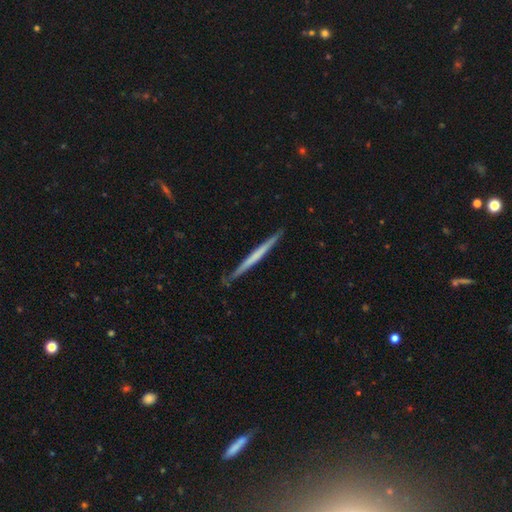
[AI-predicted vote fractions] The model was most divided on "smooth or featured": featured or disk: 53%, smooth: 42%, star or artifact: 5%. More confident: edge-on disk — yes (98%); merging — none (88%); edge-on bulge — none (87%).